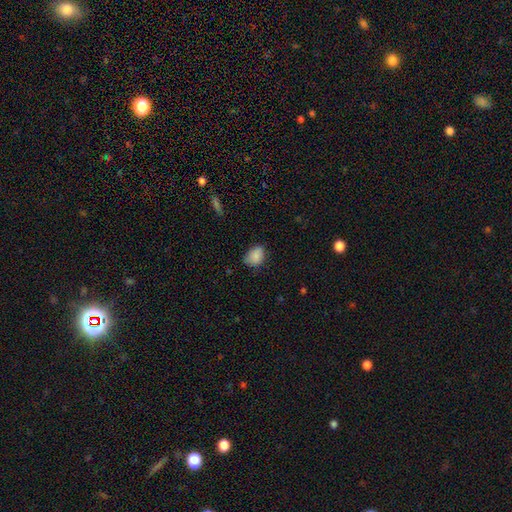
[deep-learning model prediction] Q: Smooth or featured?
A: smooth (86%); runner-up: star or artifact (8%)
Q: How rounded?
A: in between (73%); runner-up: round (26%)
Q: Merging?
A: none (65%); runner-up: minor disturbance (29%)